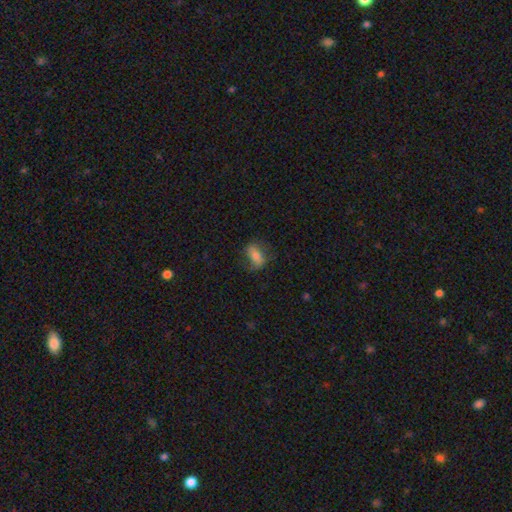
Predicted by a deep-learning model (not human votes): smooth 65%, featured or disk 25%, star or artifact 9%. Down the decision tree: how rounded — in between (78%); merging — none (69%).